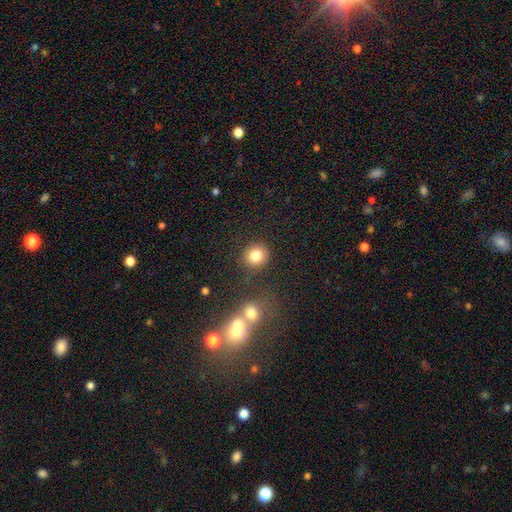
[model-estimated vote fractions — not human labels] This appears to be a smooth galaxy with no disk features (82%) that is round (86%). Merging: none (82%).